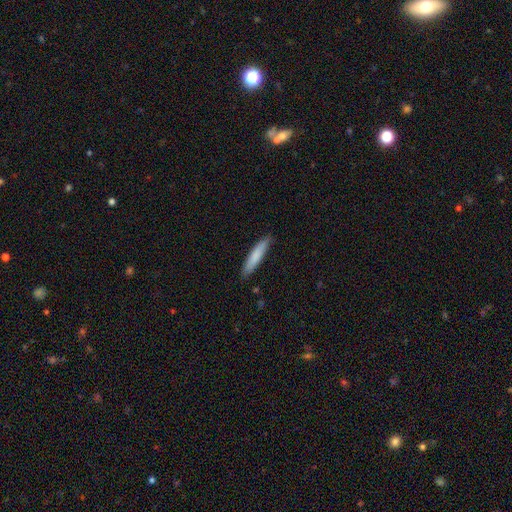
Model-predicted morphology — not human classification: The model was most divided on "smooth or featured": smooth: 81%, featured or disk: 14%, star or artifact: 5%. More confident: how rounded — cigar-shaped (88%); merging — none (88%).